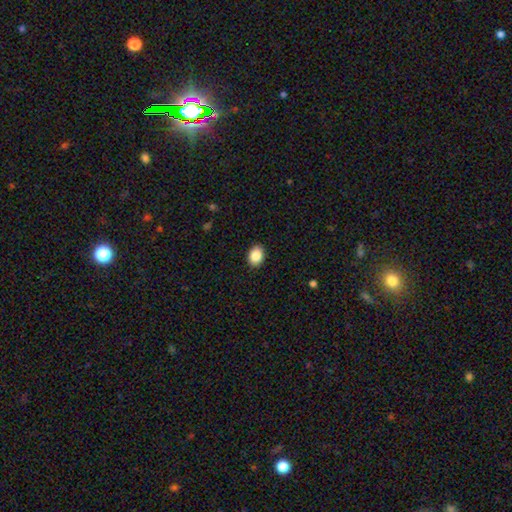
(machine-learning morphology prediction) A smooth galaxy with no disk features (87%) that is in between round and cigar-shaped (73%).

Vote fractions:
- Smooth or featured? smooth: 87% / star or artifact: 8% / featured or disk: 5%
- How rounded? in between: 73% / round: 26% / cigar-shaped: 1%
- Merging? none: 90% / minor disturbance: 7% / major disturbance: 2% / merger: 1%